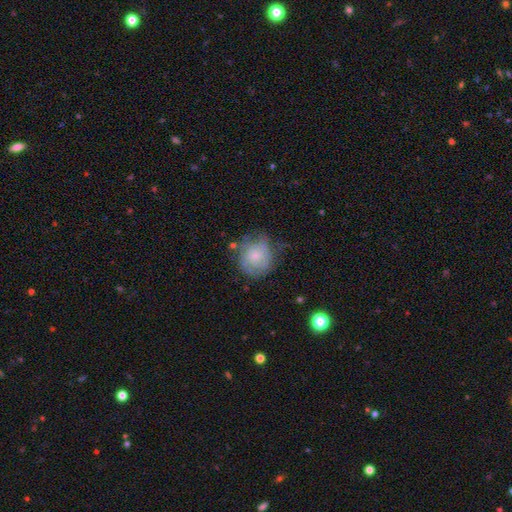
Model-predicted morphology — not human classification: Q: Smooth or featured?
A: featured or disk (48%); runner-up: smooth (43%)
Q: Merging?
A: none (58%); runner-up: minor disturbance (26%)